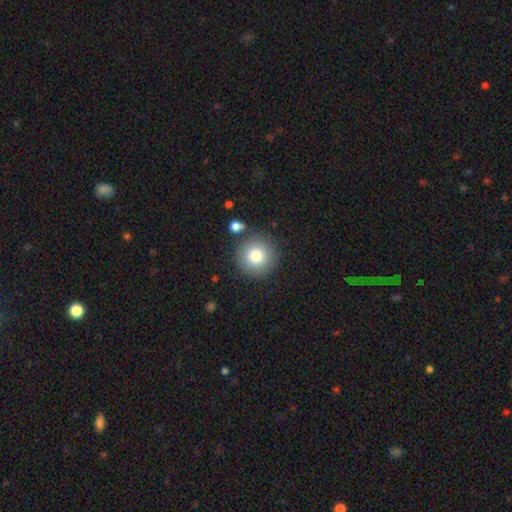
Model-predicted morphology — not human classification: A smooth galaxy with no disk features (83%) that is round (96%). Merging: none (84%).